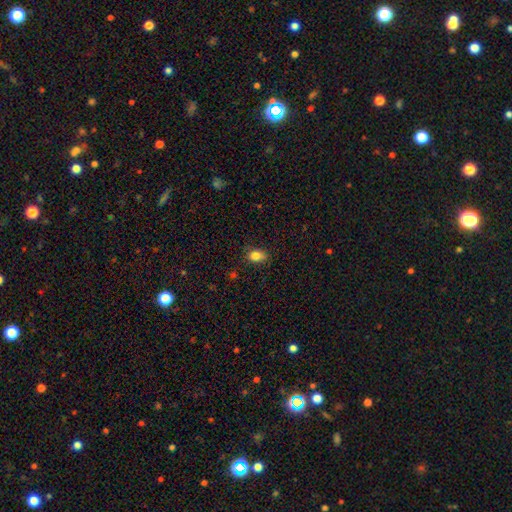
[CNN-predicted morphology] Smooth or featured?
  - smooth: 84% *
  - star or artifact: 9%
  - featured or disk: 7%
How rounded?
  - in between: 80% *
  - round: 18%
  - cigar-shaped: 2%
Merging?
  - none: 78% *
  - minor disturbance: 17%
  - major disturbance: 3%
  - merger: 1%